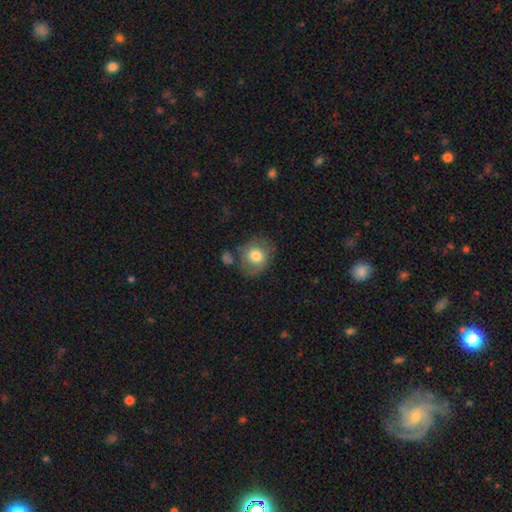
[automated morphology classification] A smooth galaxy with no disk features (70%) that is round (68%). Merging: none (63%).